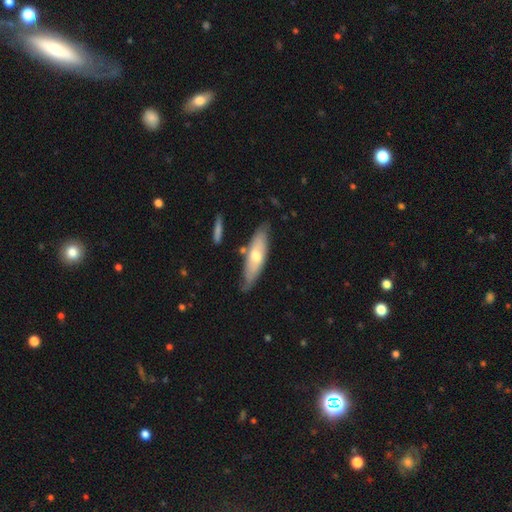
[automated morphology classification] A smooth galaxy with no disk features (49%).

Vote fractions:
- Smooth or featured? smooth: 49% / featured or disk: 45% / star or artifact: 6%
- Merging? none: 70% / minor disturbance: 21% / merger: 5% / major disturbance: 4%